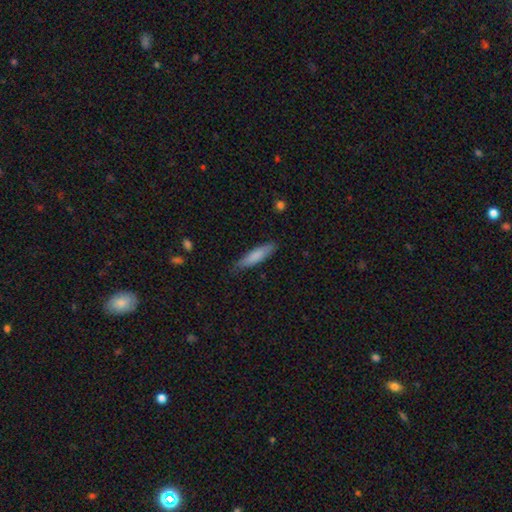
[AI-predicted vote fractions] smooth_or_featured: smooth (p=0.79) [alt: featured or disk p=0.15]
how_rounded: cigar-shaped (p=0.77) [alt: in between p=0.21]
merging: none (p=0.80) [alt: minor disturbance p=0.16]